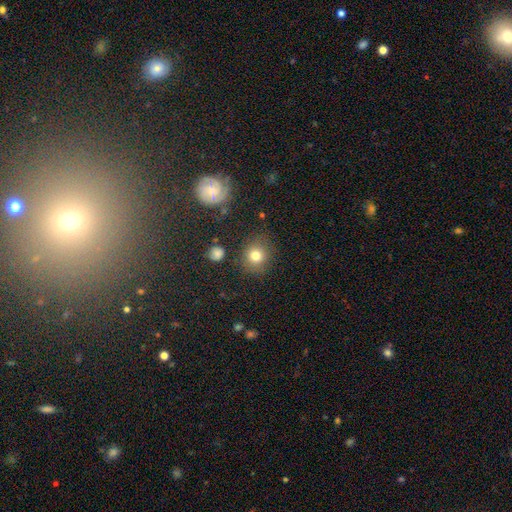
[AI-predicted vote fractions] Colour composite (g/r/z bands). It shows a smooth galaxy with no disk features (79%) that is round (82%). Merging: none (83%).